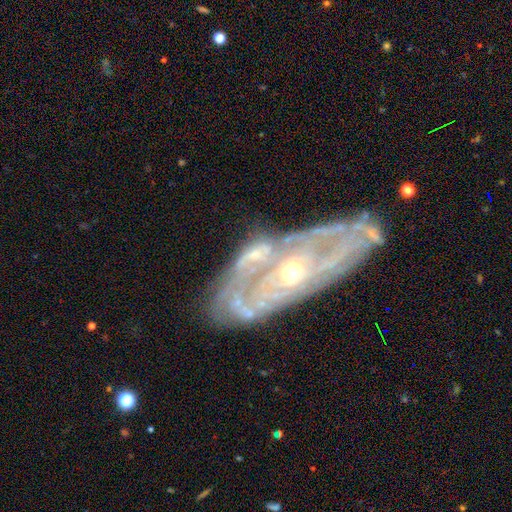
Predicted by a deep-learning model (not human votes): featured or disk 83%, smooth 10%, star or artifact 7%. Down the decision tree: edge-on disk — no (89%); bar — no (69%); spiral arms — yes (80%); spiral arm count — can't tell (47%); spiral winding — tight (64%); bulge size — moderate (48%); merging — none (56%).